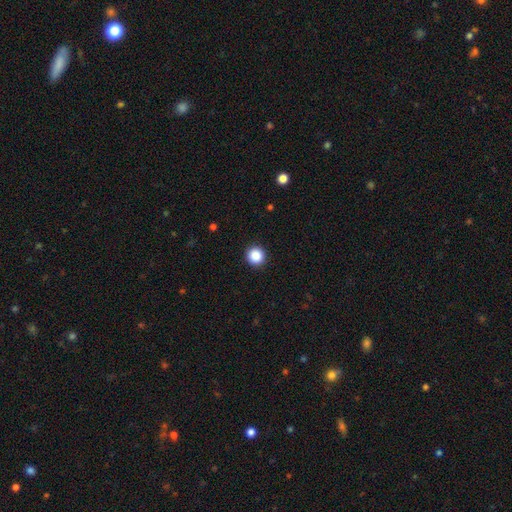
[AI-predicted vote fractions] Smooth or featured? Predicted: smooth (p=0.87). How rounded? Predicted: round (p=0.95). Merging? Predicted: none (p=0.93).